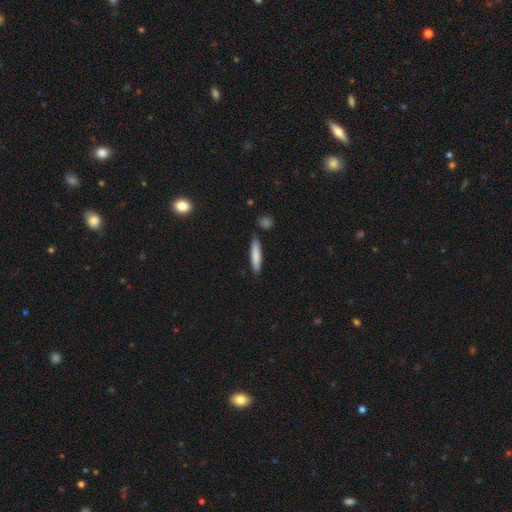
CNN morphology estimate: smooth-or-featured: smooth: 81% | featured or disk: 13% | star or artifact: 6%
  how-rounded: cigar-shaped: 87% | in between: 12% | round: 1%
  merging: none: 84% | minor disturbance: 11% | merger: 3% | major disturbance: 2%